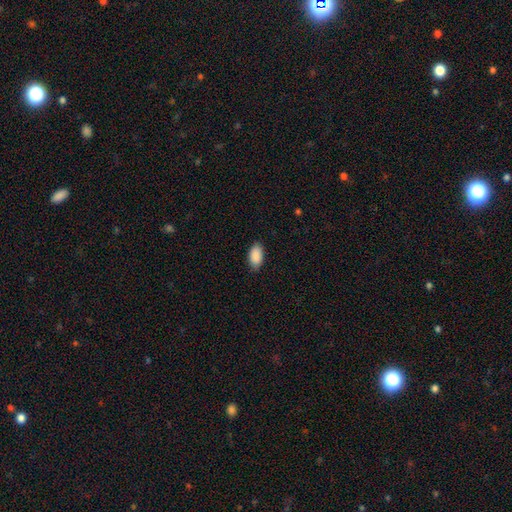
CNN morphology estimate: Smooth or featured: smooth — 91% (star or artifact — 6%)
How rounded: in between — 95% (round — 3%)
Merging: none — 86% (minor disturbance — 10%)